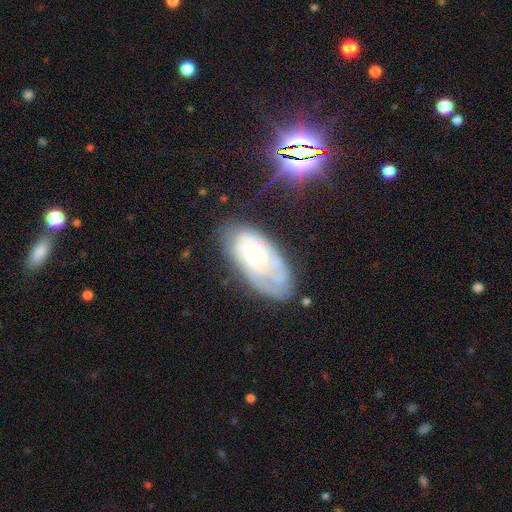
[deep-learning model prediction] The model was most divided on "bulge size": small: 51%, moderate: 42%, large: 3%, none: 2%, dominant: 1%. More confident: edge-on disk — no (91%); bar — no (80%); spiral arms — yes (72%); smooth or featured — featured or disk (64%); merging — none (63%).